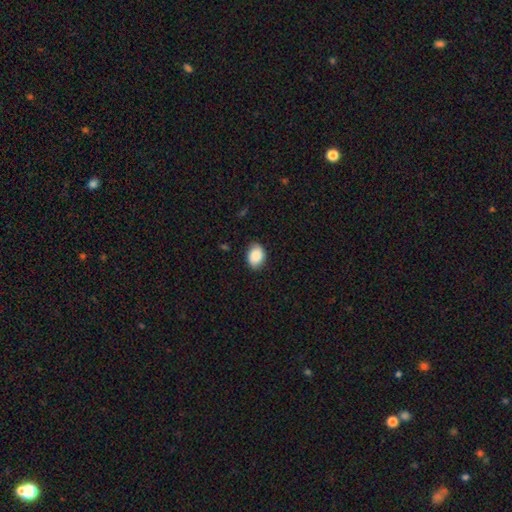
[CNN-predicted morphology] type=smooth (86%); roundness=in between (72%); merging=none (84%).